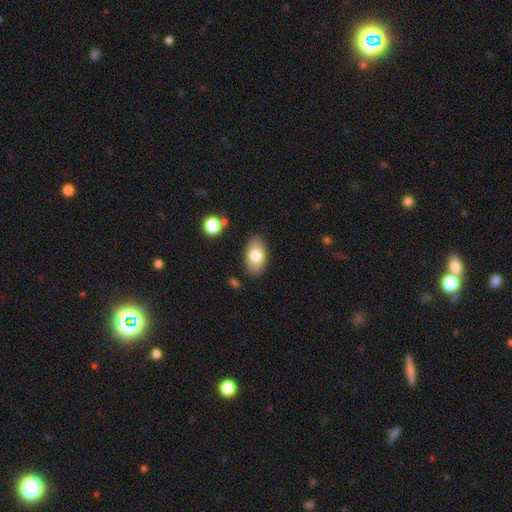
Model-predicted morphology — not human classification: smooth_or_featured: smooth (p=0.77) [alt: featured or disk p=0.16]
how_rounded: in between (p=0.92) [alt: round p=0.07]
merging: none (p=0.85) [alt: minor disturbance p=0.11]